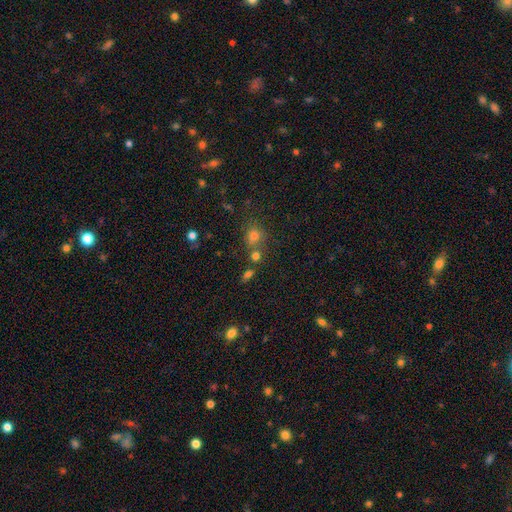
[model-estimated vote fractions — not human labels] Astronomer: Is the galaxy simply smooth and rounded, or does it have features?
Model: smooth — 69%.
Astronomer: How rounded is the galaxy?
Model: round — 68%.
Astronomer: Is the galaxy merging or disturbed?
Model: none — 58%.